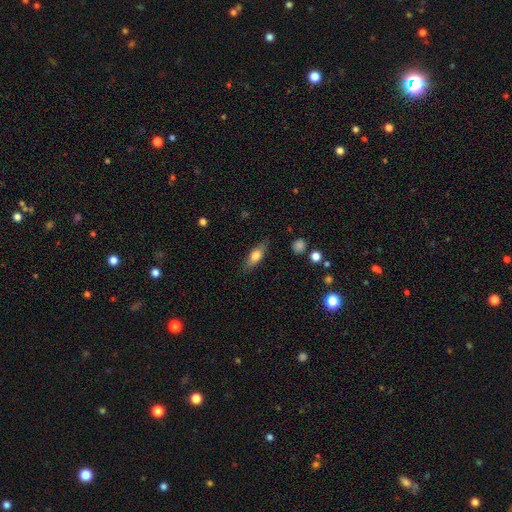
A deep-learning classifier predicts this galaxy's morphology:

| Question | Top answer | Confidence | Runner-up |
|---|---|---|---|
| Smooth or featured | smooth | 65% | featured or disk (28%) |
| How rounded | in between | 61% | cigar-shaped (34%) |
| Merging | none | 83% | minor disturbance (13%) |